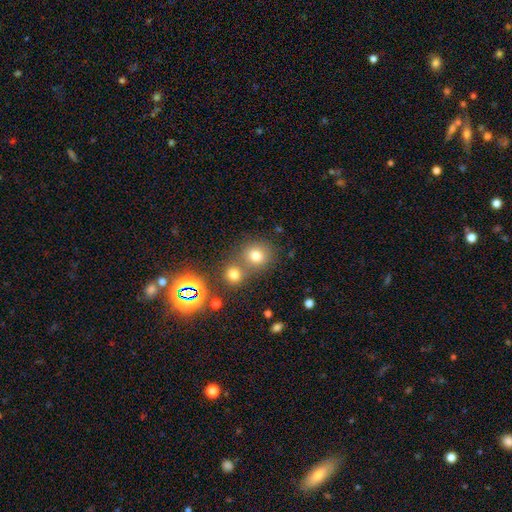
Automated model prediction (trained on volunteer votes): Smooth or featured? Predicted: smooth (p=0.73). How rounded? Predicted: round (p=0.83). Merging? Predicted: none (p=0.60).